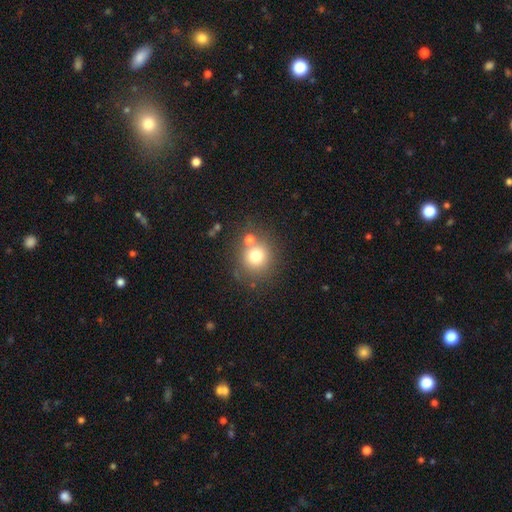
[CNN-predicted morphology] type=smooth (74%); roundness=round (87%); merging=none (66%).